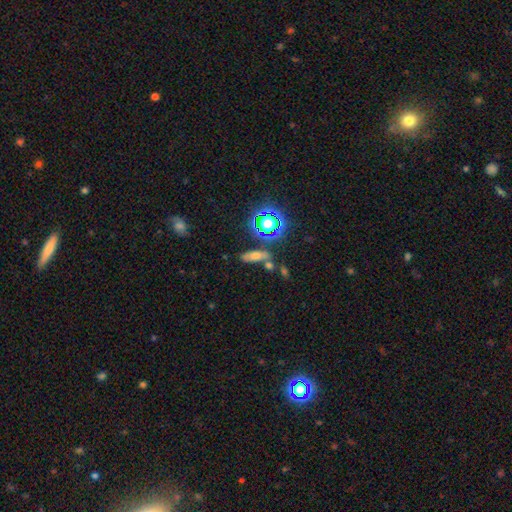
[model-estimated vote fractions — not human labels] Smooth or featured: smooth — 59% (star or artifact — 25%)
How rounded: cigar-shaped — 46% (in between — 45%)
Merging: none — 68% (merger — 15%)